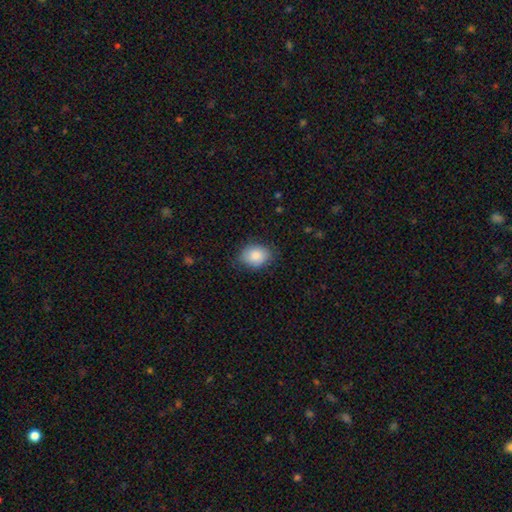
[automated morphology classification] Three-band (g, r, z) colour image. It shows a smooth galaxy with no disk features (84%) that is in between round and cigar-shaped (63%). Merging: none (76%).